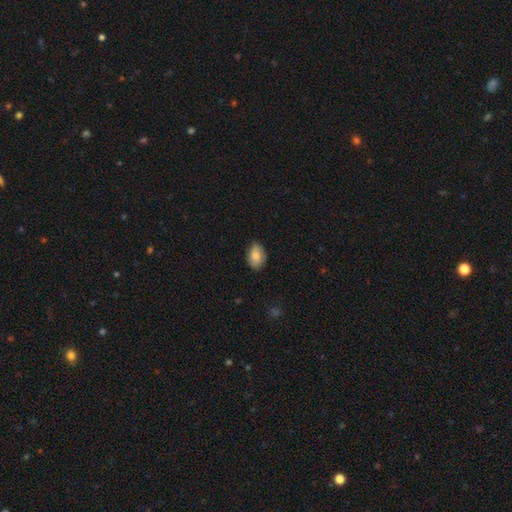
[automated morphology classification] A smooth galaxy with no disk features (81%) that is in between round and cigar-shaped (86%). Merging: none (81%).